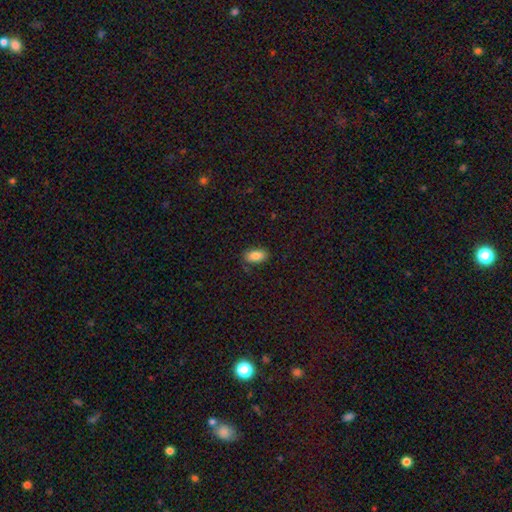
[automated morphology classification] The model was most divided on "merging": none: 83%, minor disturbance: 12%, major disturbance: 3%, merger: 2%. More confident: how rounded — in between (92%); smooth or featured — smooth (85%).